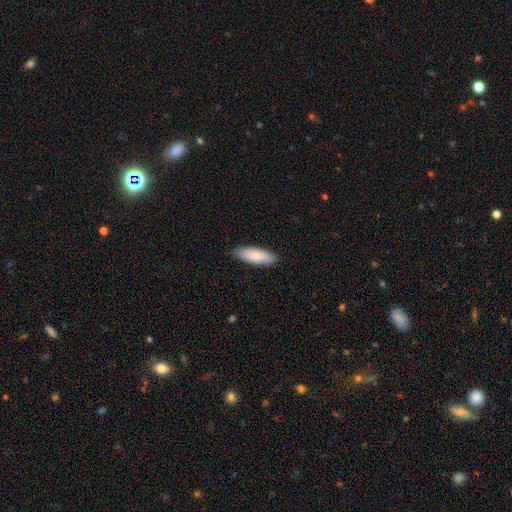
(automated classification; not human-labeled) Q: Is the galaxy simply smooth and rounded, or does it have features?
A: smooth — 85%.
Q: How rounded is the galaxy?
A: in between — 60%.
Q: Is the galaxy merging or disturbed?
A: none — 85%.